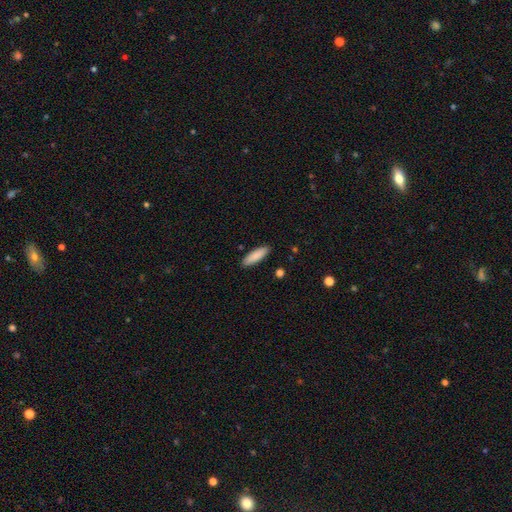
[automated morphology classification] This is clearly a smooth galaxy (87%). How rounded: possibly cigar-shaped (52%). Merging: clearly none (89%).